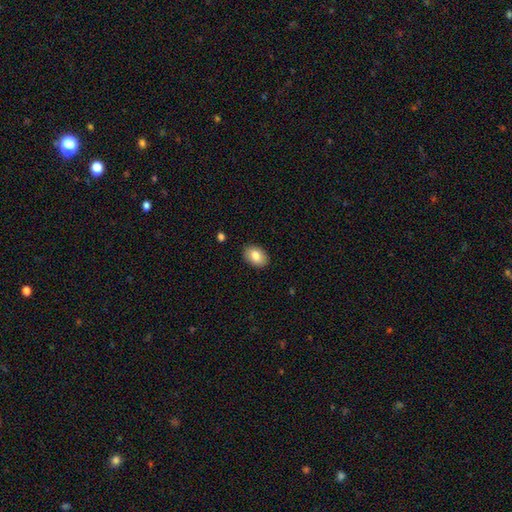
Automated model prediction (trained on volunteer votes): Smooth or featured?
  - smooth: 84% *
  - featured or disk: 9%
  - star or artifact: 7%
How rounded?
  - in between: 85% *
  - round: 14%
  - cigar-shaped: 1%
Merging?
  - none: 88% *
  - minor disturbance: 9%
  - major disturbance: 2%
  - merger: 1%